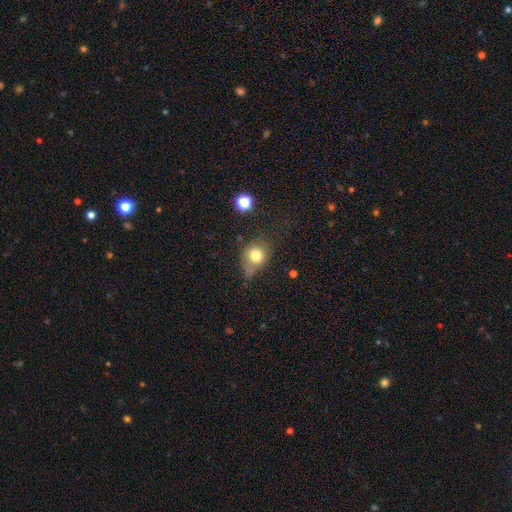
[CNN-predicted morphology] smooth_or_featured: smooth (p=0.76) [alt: featured or disk p=0.13]
how_rounded: round (p=0.59) [alt: in between p=0.40]
merging: none (p=0.44) [alt: minor disturbance p=0.32]